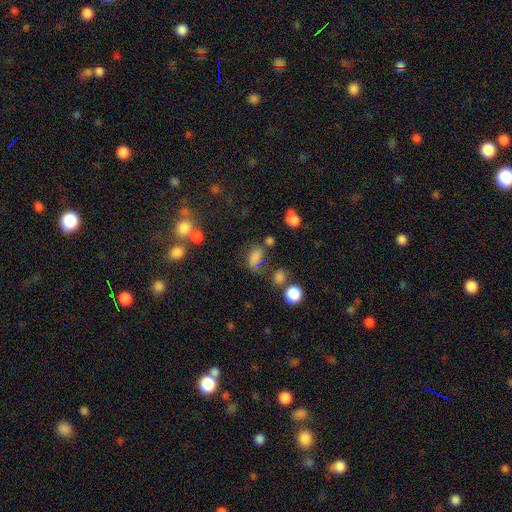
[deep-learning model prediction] smooth-or-featured: smooth: 70% | star or artifact: 19% | featured or disk: 11%
  how-rounded: in between: 81% | round: 16% | cigar-shaped: 4%
  merging: none: 46% | minor disturbance: 25% | major disturbance: 17% | merger: 12%